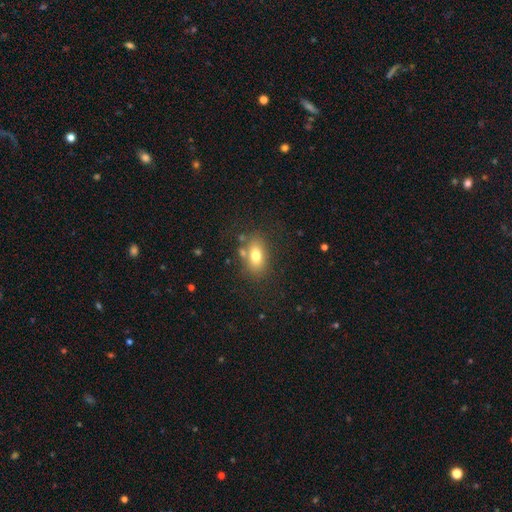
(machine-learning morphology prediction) Q: Smooth or featured?
A: smooth (74%); runner-up: featured or disk (16%)
Q: How rounded?
A: in between (83%); runner-up: round (14%)
Q: Merging?
A: none (71%); runner-up: minor disturbance (14%)